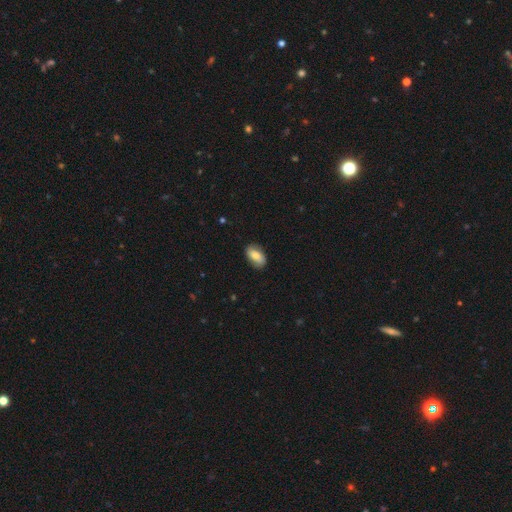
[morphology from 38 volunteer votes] A smooth galaxy with no disk features (79%) that is in between round and cigar-shaped (93%).

Vote fractions:
- Smooth or featured? smooth: 79% / featured or disk: 16% / star or artifact: 5%
- How rounded? in between: 93% / round: 7% / cigar-shaped: 0%
- Merging? none: 83% / minor disturbance: 11% / major disturbance: 3% / merger: 3%